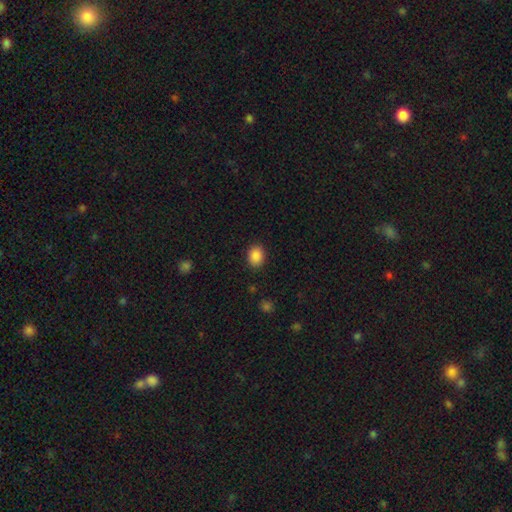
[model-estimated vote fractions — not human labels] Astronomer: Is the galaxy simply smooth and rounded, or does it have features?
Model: smooth — 87%.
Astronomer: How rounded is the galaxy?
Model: in between — 52% (runner-up: round, 47%).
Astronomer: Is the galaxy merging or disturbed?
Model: none — 89%.